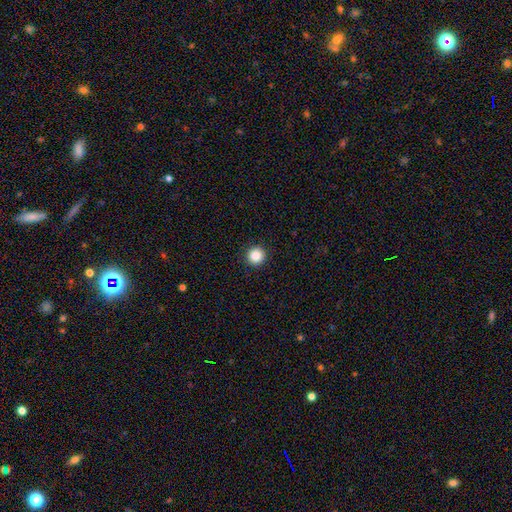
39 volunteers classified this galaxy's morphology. A smooth galaxy with no disk features (90%) that is round (97%). Merging: none (100%).